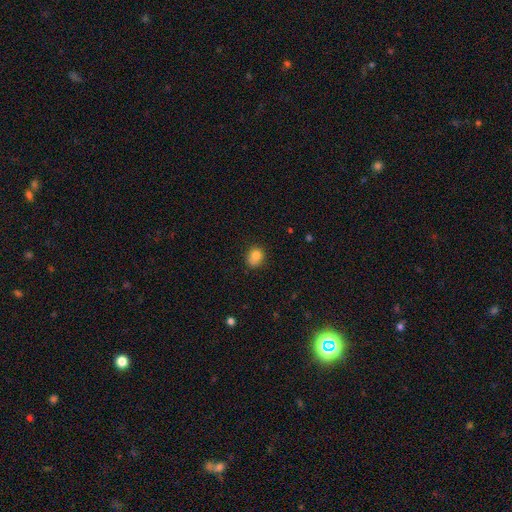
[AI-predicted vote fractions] The model was most divided on "how rounded": round: 66%, in between: 34%, cigar-shaped: 1%. More confident: smooth or featured — smooth (81%); merging — none (67%).